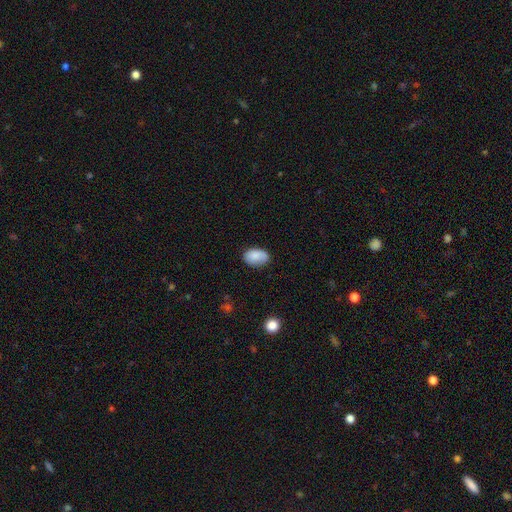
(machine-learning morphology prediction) A smooth galaxy with no disk features (84%) that is in between round and cigar-shaped (87%). Merging: none (70%).